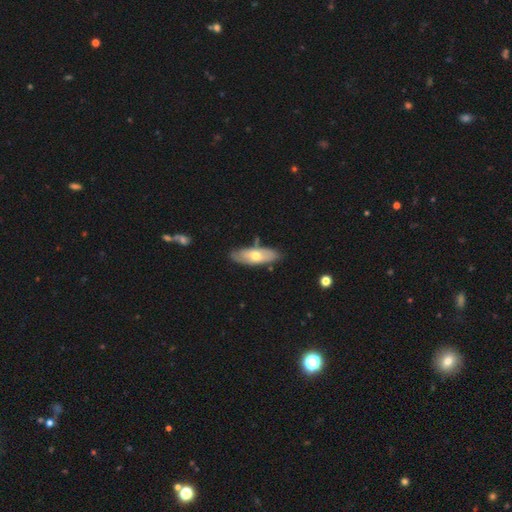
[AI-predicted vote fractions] Morphology: type=smooth (51%); roundness=in between (67%); merging=none (76%).